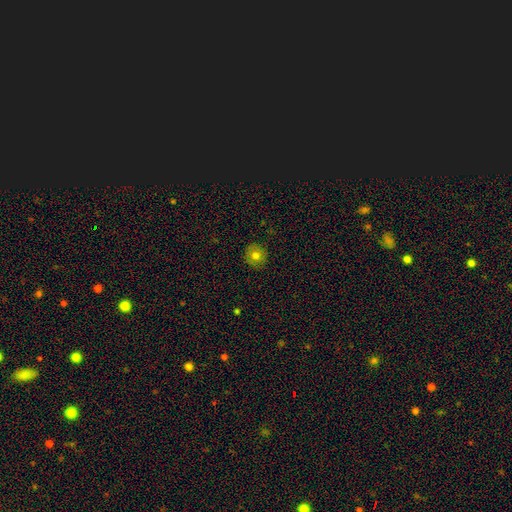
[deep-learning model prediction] Smooth or featured? smooth (75%)
How rounded? round (92%)
Merging? none (89%)